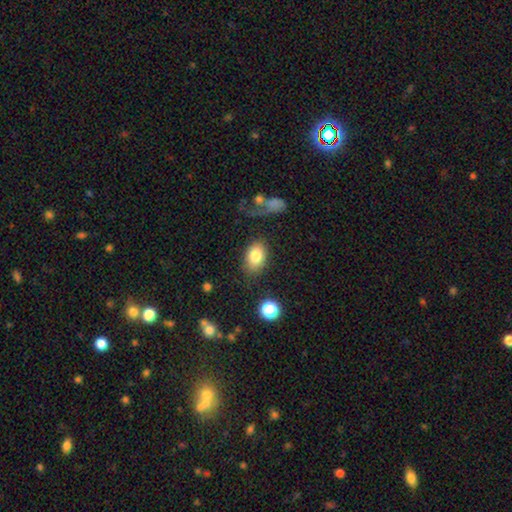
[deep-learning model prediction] Morphology: type=smooth (82%); roundness=in between (82%); merging=none (78%).